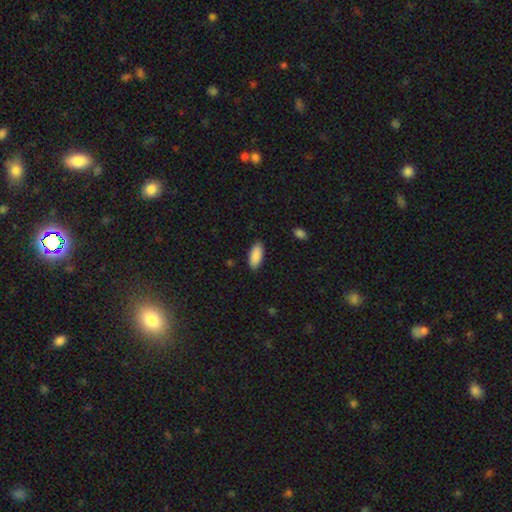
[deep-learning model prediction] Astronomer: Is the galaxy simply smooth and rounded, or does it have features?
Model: smooth — 90%.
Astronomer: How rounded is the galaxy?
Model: in between — 87%.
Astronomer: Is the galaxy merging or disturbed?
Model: none — 88%.